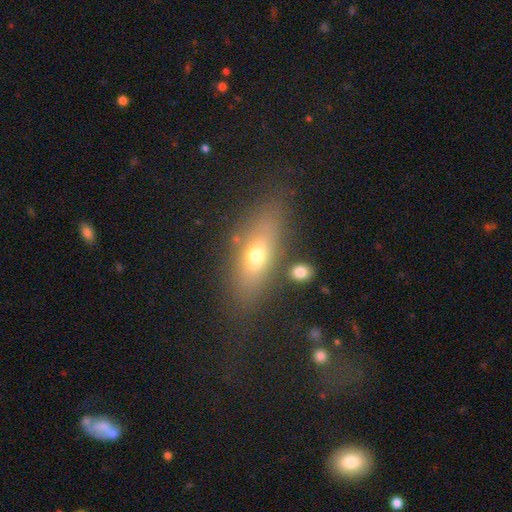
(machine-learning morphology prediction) Smooth or featured?
  - smooth: 61% *
  - featured or disk: 28%
  - star or artifact: 11%
How rounded?
  - in between: 64% *
  - cigar-shaped: 31%
  - round: 6%
Merging?
  - none: 74% *
  - minor disturbance: 14%
  - major disturbance: 6%
  - merger: 6%